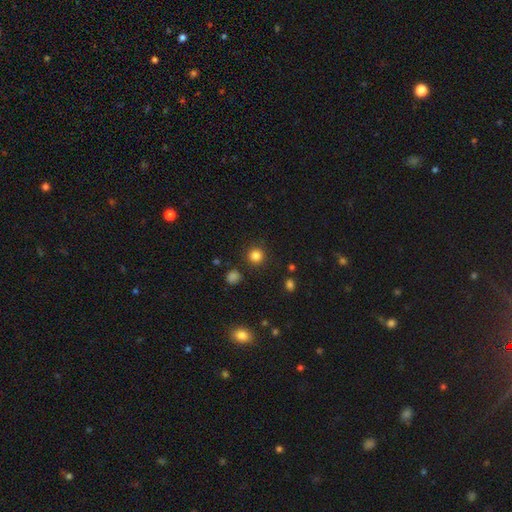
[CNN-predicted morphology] A smooth galaxy with no disk features (83%) that is round (94%).

Vote fractions:
- Smooth or featured? smooth: 83% / star or artifact: 13% / featured or disk: 4%
- How rounded? round: 94% / in between: 5% / cigar-shaped: 1%
- Merging? none: 90% / minor disturbance: 6% / major disturbance: 2% / merger: 2%